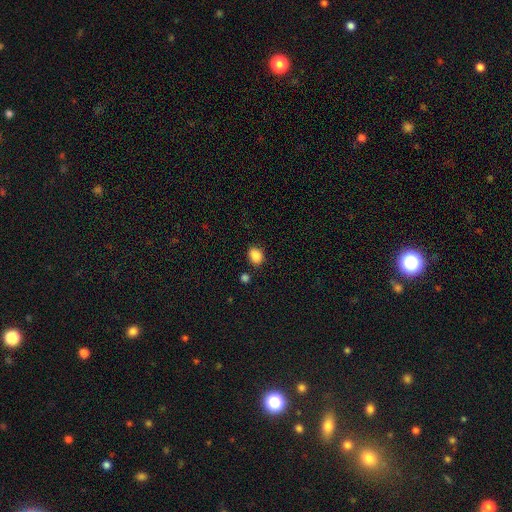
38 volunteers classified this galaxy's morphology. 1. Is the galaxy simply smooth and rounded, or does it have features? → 97% smooth, 3% star or artifact, 0% featured or disk.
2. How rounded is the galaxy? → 62% in between, 38% round, 0% cigar-shaped.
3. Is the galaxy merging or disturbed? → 81% none, 14% minor disturbance, 5% merger, 0% major disturbance.